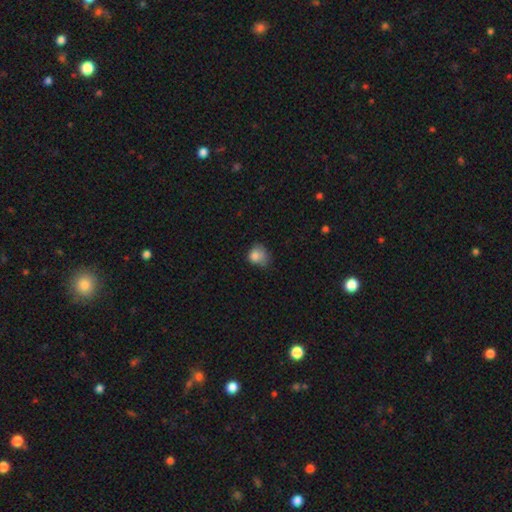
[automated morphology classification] smooth-or-featured: smooth: 81% | star or artifact: 11% | featured or disk: 9%
  how-rounded: round: 58% | in between: 41% | cigar-shaped: 1%
  merging: minor disturbance: 41% | none: 37% | major disturbance: 18% | merger: 4%